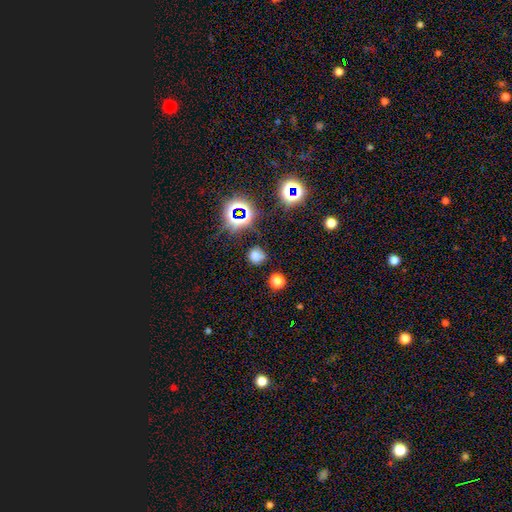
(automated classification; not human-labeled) smooth 64%, star or artifact 29%, featured or disk 7%. Down the decision tree: how rounded — round (81%); merging — none (76%).